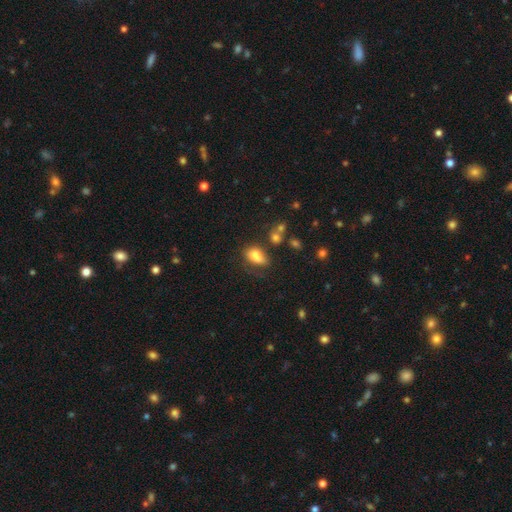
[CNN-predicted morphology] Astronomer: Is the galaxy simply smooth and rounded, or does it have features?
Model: smooth — 80%.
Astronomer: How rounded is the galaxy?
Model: in between — 86%.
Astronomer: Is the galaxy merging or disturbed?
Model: none — 49% (runner-up: minor disturbance, 28%).